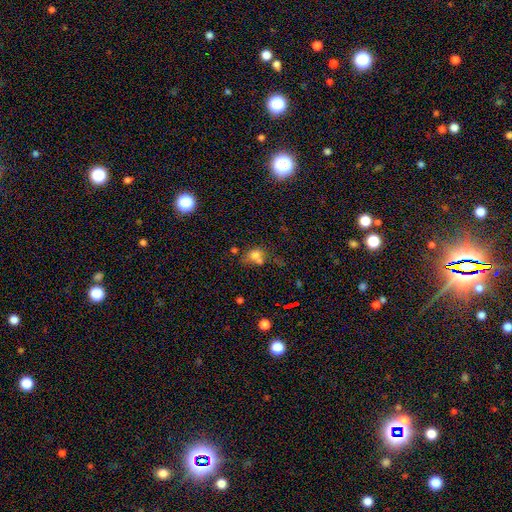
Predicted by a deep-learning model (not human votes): Q: Smooth or featured?
A: smooth (69%); runner-up: star or artifact (16%)
Q: How rounded?
A: in between (53%); runner-up: round (45%)
Q: Merging?
A: merger (39%); runner-up: none (33%)